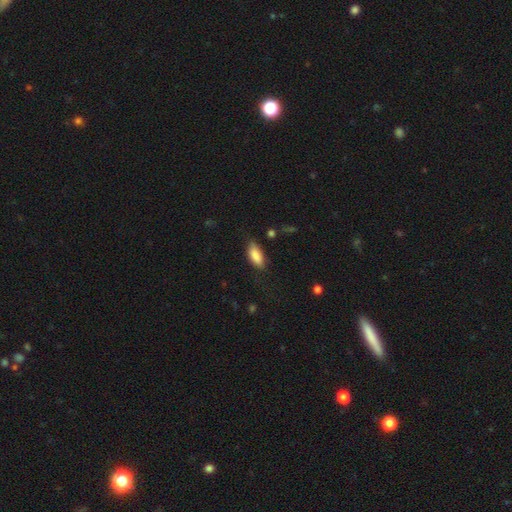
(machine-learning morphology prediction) Smooth or featured: smooth — 86% (featured or disk — 7%)
How rounded: in between — 81% (cigar-shaped — 17%)
Merging: none — 73% (minor disturbance — 20%)